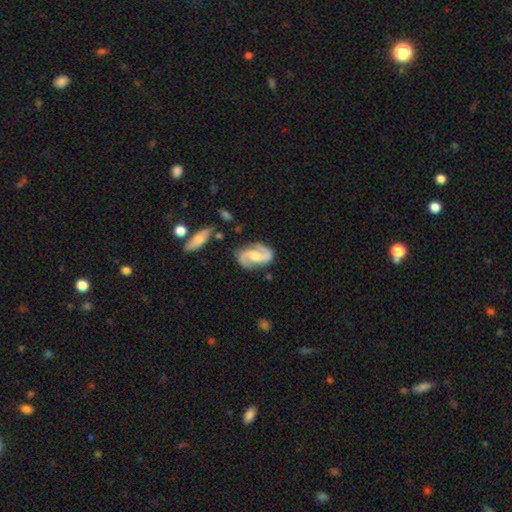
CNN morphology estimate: This is clearly a featured or disk galaxy (87%). It is clearly not viewed edge-on (97%). Bar: marginally weak (43%). Spiral arm pattern: clearly yes (97%). Spiral arm count: clearly 2 (93%). Spiral winding: possibly medium (53%). Central bulge: possibly moderate (54%). Merging: likely none (78%).